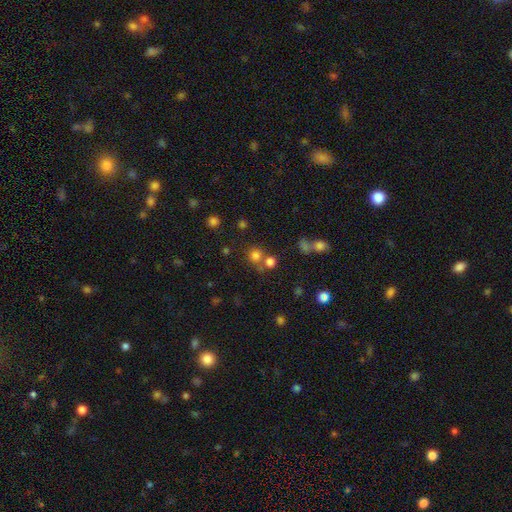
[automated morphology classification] type=smooth (74%); roundness=round (88%); merging=none (62%).